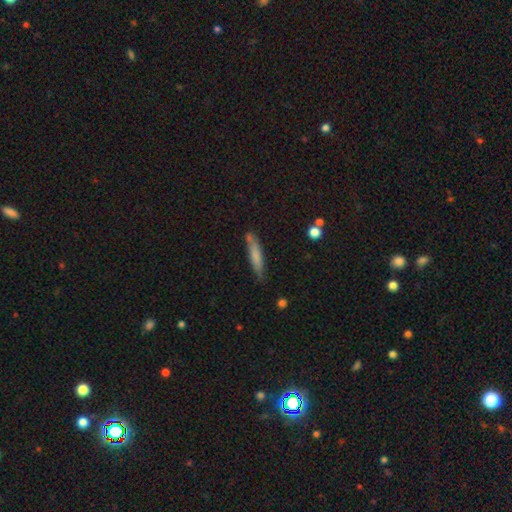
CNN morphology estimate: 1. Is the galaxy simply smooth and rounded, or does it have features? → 73% smooth, 21% featured or disk, 6% star or artifact.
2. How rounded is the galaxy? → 86% cigar-shaped, 12% in between, 1% round.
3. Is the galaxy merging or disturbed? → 73% none, 18% minor disturbance, 5% merger, 4% major disturbance.